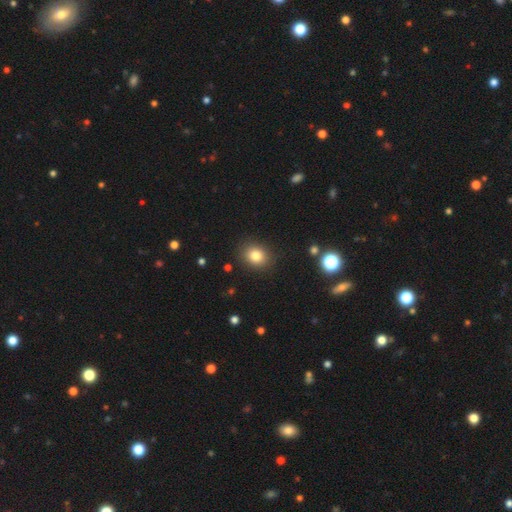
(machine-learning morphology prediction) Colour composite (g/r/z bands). It shows a smooth galaxy with no disk features (82%) that is round (58%). Merging: none (88%).